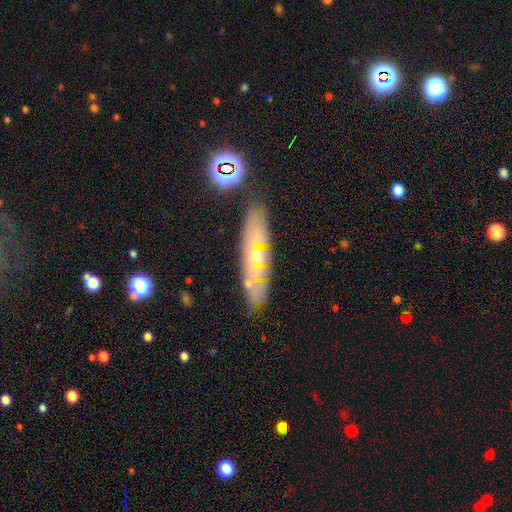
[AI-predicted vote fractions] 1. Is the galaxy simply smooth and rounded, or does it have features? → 53% featured or disk, 30% smooth, 17% star or artifact.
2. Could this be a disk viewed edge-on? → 50% yes (tied), 50% no (tied).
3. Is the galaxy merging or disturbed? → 77% none, 14% minor disturbance, 5% merger, 4% major disturbance.